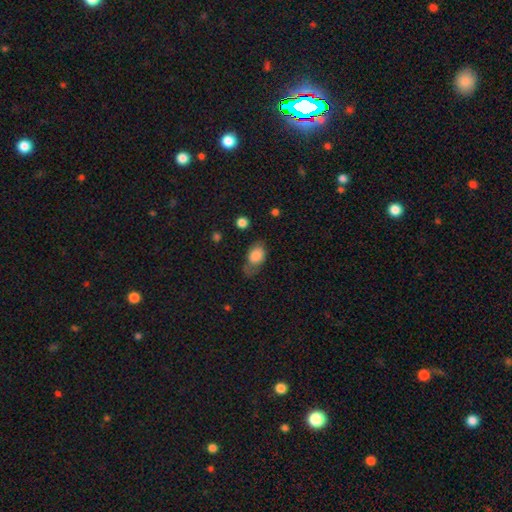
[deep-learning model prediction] Smooth or featured? smooth (77%)
How rounded? in between (85%)
Merging? none (46%)